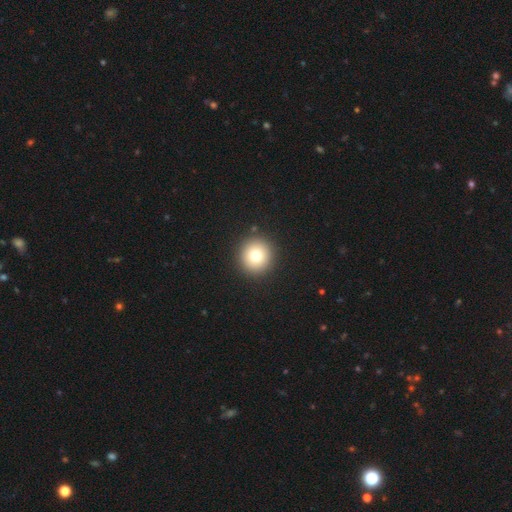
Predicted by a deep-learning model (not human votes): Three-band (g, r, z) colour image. It shows a smooth galaxy with no disk features (75%) that is round (94%). Merging: none (92%).